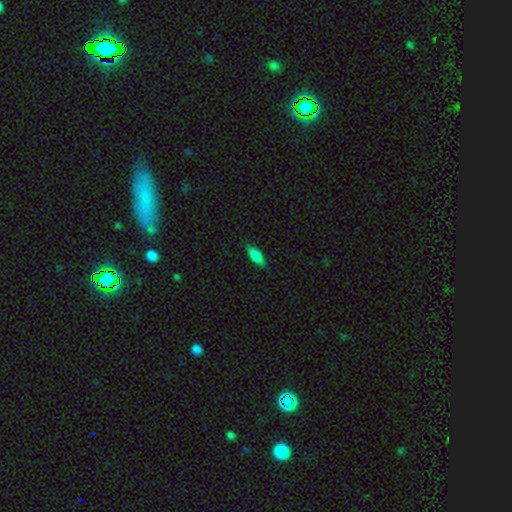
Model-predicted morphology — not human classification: Smooth or featured? smooth (80%)
How rounded? in between (59%)
Merging? none (85%)